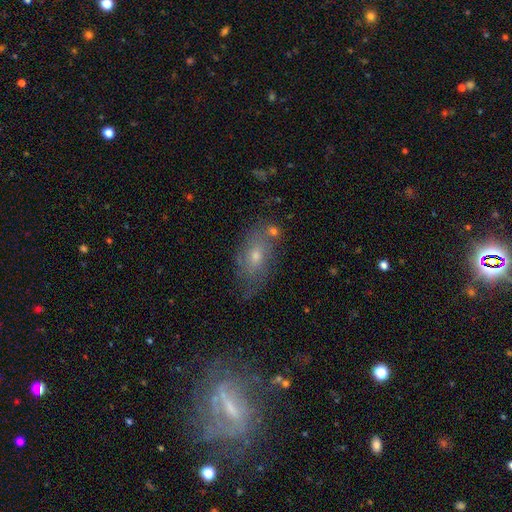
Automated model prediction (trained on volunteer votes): This appears to be a featured or disk galaxy (45%). Merging: none (68%).